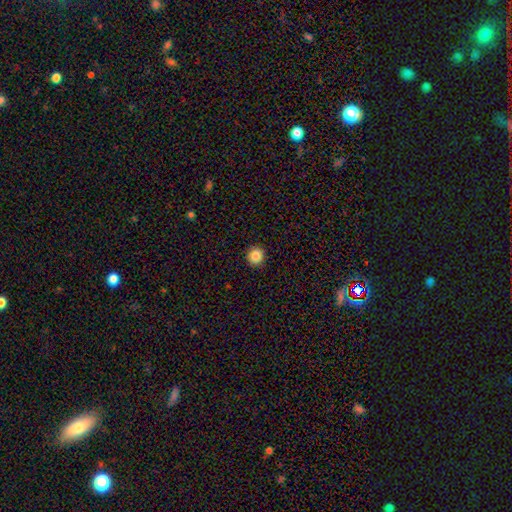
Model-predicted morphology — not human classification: Smooth or featured? Predicted: smooth (p=0.85). How rounded? Predicted: round (p=0.92). Merging? Predicted: none (p=0.92).